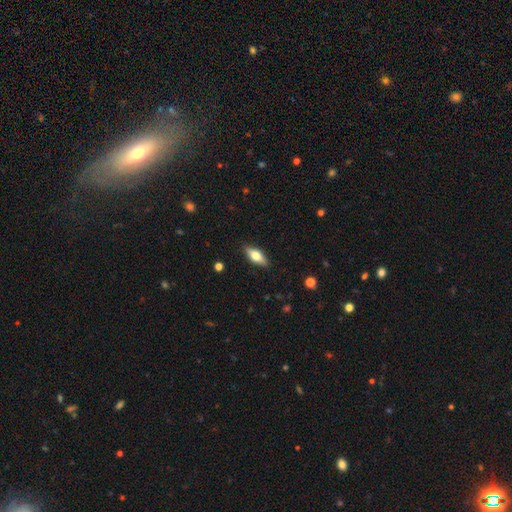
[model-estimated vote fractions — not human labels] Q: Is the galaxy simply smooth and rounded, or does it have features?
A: smooth — 57%.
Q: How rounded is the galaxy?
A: in between — 68%.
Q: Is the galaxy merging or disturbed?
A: none — 87%.